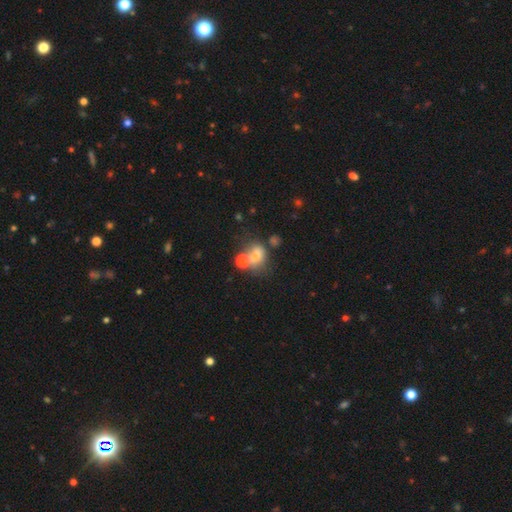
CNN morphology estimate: smooth 66%, featured or disk 18%, star or artifact 16%. Down the decision tree: how rounded — in between (59%); merging — merger (36%).